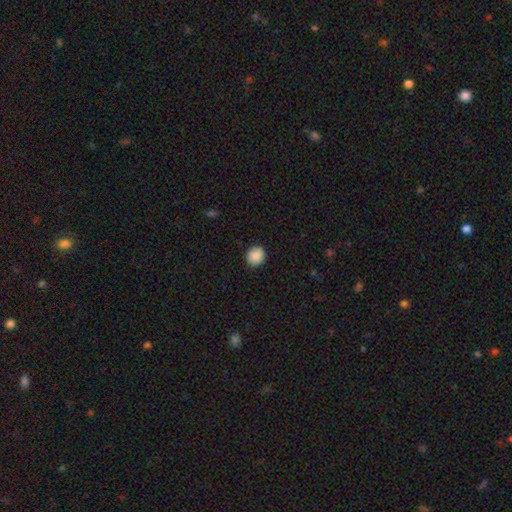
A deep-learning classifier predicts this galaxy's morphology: Smooth or featured? smooth (89%)
How rounded? round (78%)
Merging? none (89%)